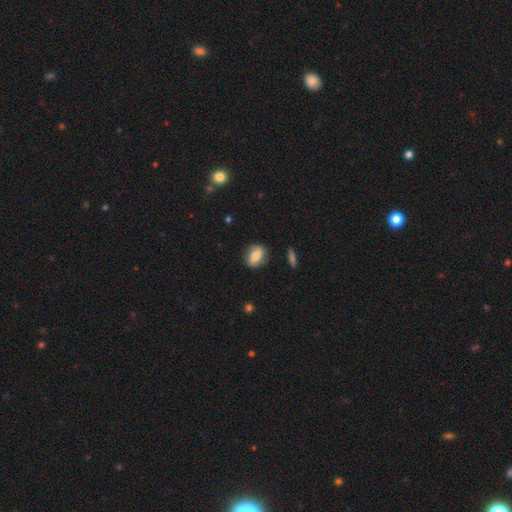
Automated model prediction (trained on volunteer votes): Smooth or featured? smooth (73%)
How rounded? in between (66%)
Merging? none (83%)